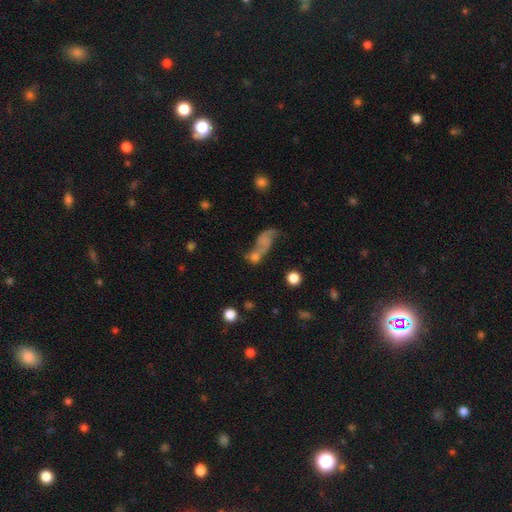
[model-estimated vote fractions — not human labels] Smooth or featured: smooth — 42% (featured or disk — 41%)
Merging: merger — 46% (none — 26%)